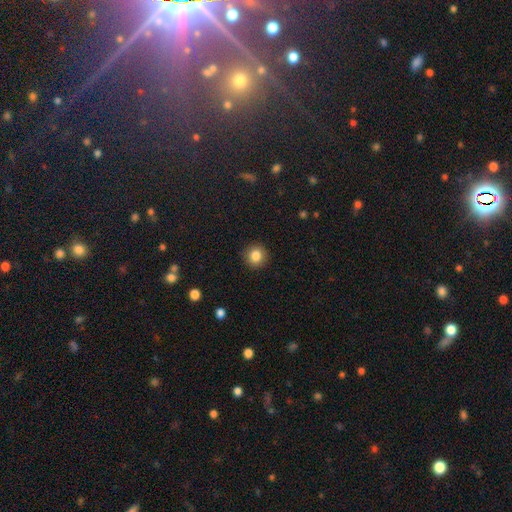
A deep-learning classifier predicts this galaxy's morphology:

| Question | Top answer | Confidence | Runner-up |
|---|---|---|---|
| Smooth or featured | smooth | 84% | star or artifact (10%) |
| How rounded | round | 92% | in between (7%) |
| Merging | none | 91% | minor disturbance (6%) |